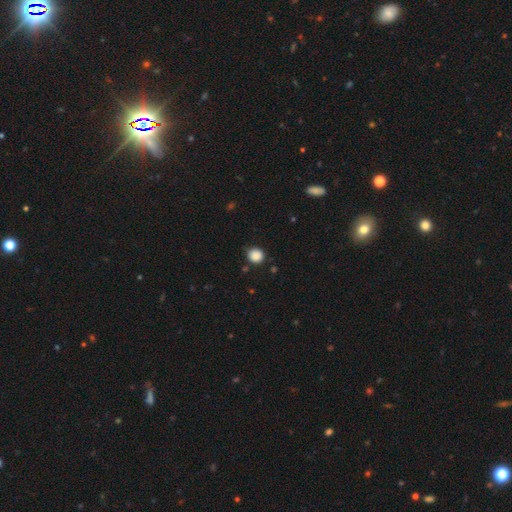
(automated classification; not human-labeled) A smooth galaxy with no disk features (88%) that is round (85%).

Vote fractions:
- Smooth or featured? smooth: 88% / star or artifact: 10% / featured or disk: 3%
- How rounded? round: 85% / in between: 14% / cigar-shaped: 1%
- Merging? none: 84% / minor disturbance: 11% / major disturbance: 3% / merger: 2%